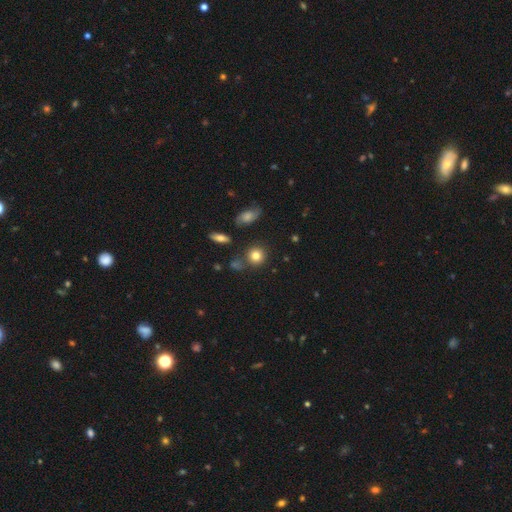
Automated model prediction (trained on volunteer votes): This is clearly a smooth galaxy (81%). How rounded: clearly round (86%). Merging: likely none (80%).